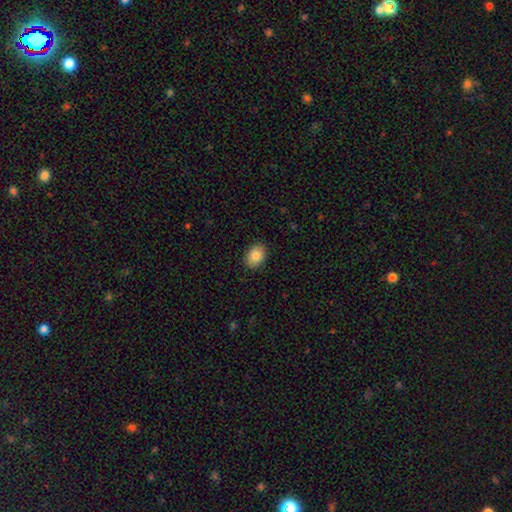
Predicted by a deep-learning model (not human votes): The model was most divided on "how rounded": in between: 72%, round: 27%, cigar-shaped: 1%. More confident: merging — none (90%); smooth or featured — smooth (84%).